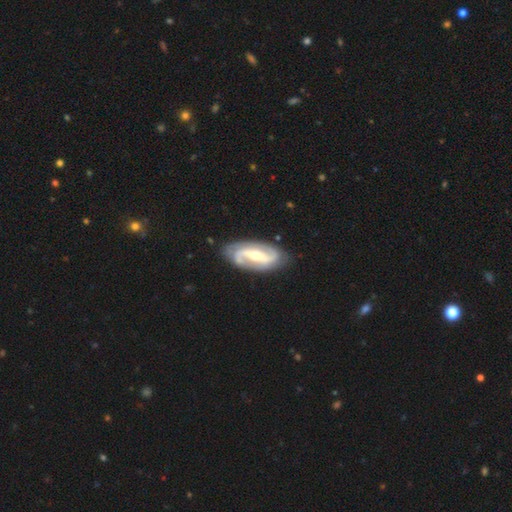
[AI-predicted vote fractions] Smooth or featured?
  - featured or disk: 88% *
  - smooth: 8%
  - star or artifact: 4%
Edge-on disk?
  - no: 95% *
  - yes: 5%
Bar?
  - strong: 56% *
  - weak: 28%
  - no: 16%
Spiral arms?
  - yes: 95% *
  - no: 5%
Spiral winding?
  - medium: 44% *
  - loose: 30%
  - tight: 26%
Spiral arm count?
  - 2: 90% *
  - can't tell: 4%
  - 3: 2%
  - 1: 2%
  - 4: 1%
  - more than 4: 1%
Bulge size?
  - moderate: 50% *
  - small: 46%
  - large: 2%
  - none: 1%
  - dominant: 1%
Merging?
  - none: 81% *
  - minor disturbance: 13%
  - major disturbance: 4%
  - merger: 1%